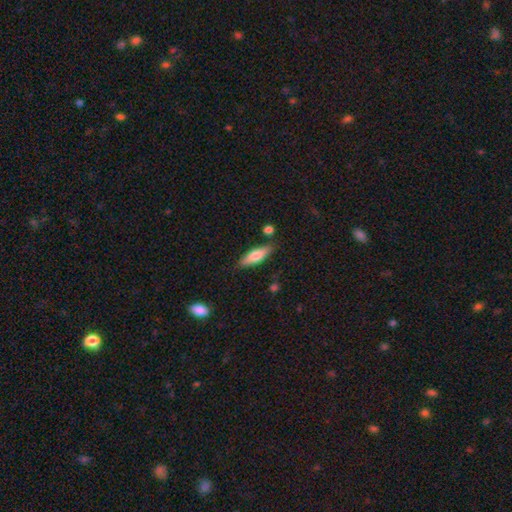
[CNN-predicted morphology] Q: Smooth or featured?
A: smooth (69%); runner-up: featured or disk (25%)
Q: How rounded?
A: cigar-shaped (52%); runner-up: in between (46%)
Q: Merging?
A: none (81%); runner-up: minor disturbance (13%)